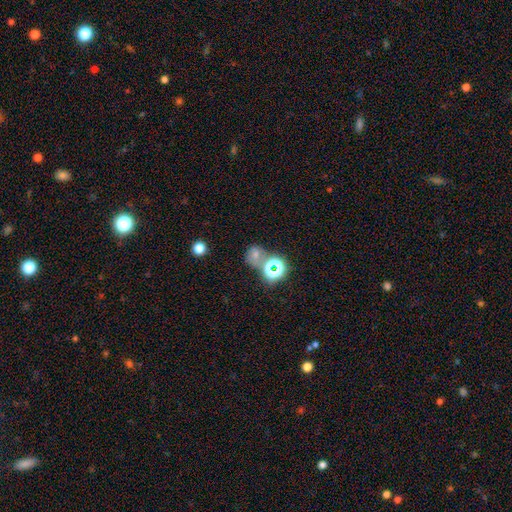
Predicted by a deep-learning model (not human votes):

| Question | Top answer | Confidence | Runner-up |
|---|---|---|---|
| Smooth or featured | smooth | 50% | star or artifact (37%) |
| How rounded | round | 70% | in between (28%) |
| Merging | none | 48% | merger (30%) |